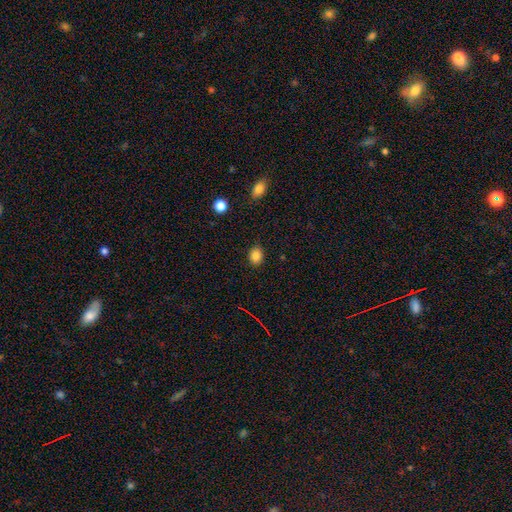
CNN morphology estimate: smooth-or-featured: smooth: 84% | star or artifact: 11% | featured or disk: 4%
  how-rounded: in between: 61% | round: 38% | cigar-shaped: 1%
  merging: none: 86% | minor disturbance: 10% | major disturbance: 2% | merger: 1%